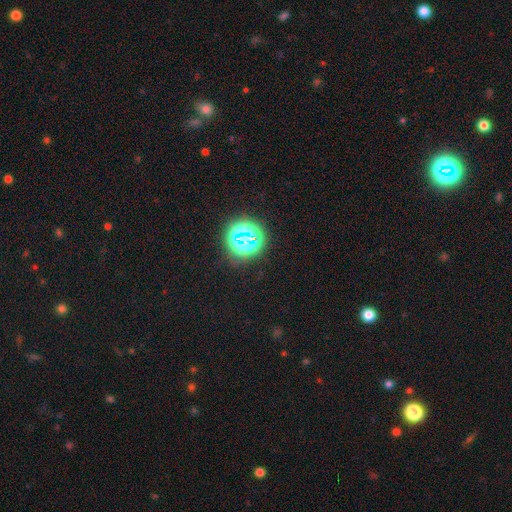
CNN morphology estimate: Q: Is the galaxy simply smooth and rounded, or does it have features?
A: star or artifact — 73%.